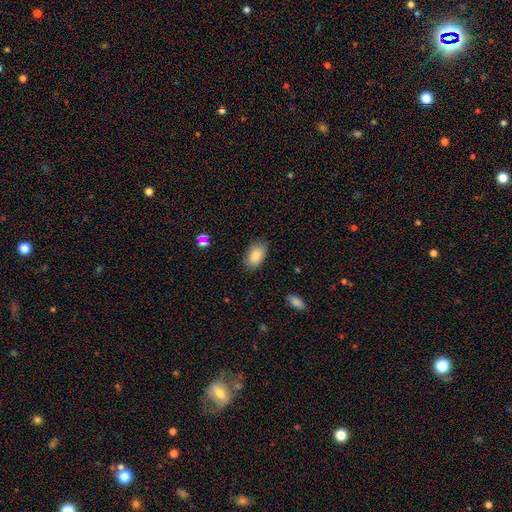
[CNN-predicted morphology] This appears to be a smooth galaxy with no disk features (83%) that is in between round and cigar-shaped (92%). Merging: none (80%).